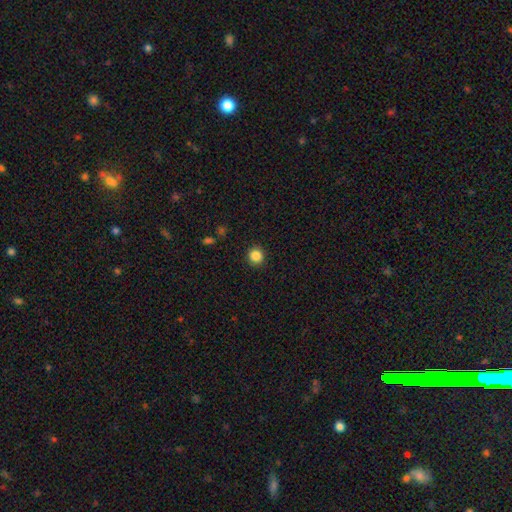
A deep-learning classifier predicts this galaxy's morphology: Smooth or featured: smooth — 86% (star or artifact — 11%)
How rounded: round — 93% (in between — 6%)
Merging: none — 92% (minor disturbance — 5%)